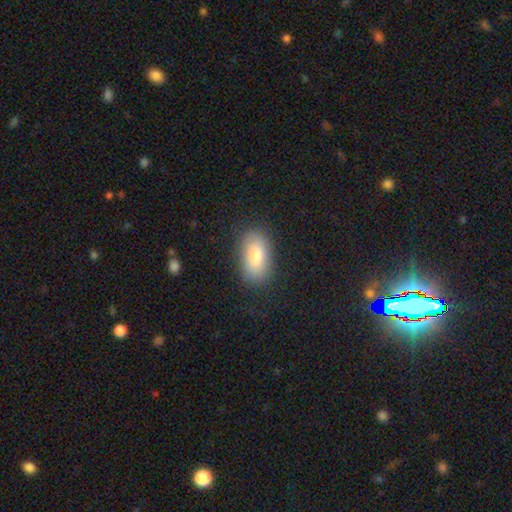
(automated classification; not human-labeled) A smooth galaxy with no disk features (83%) that is in between round and cigar-shaped (92%). Merging: none (84%).